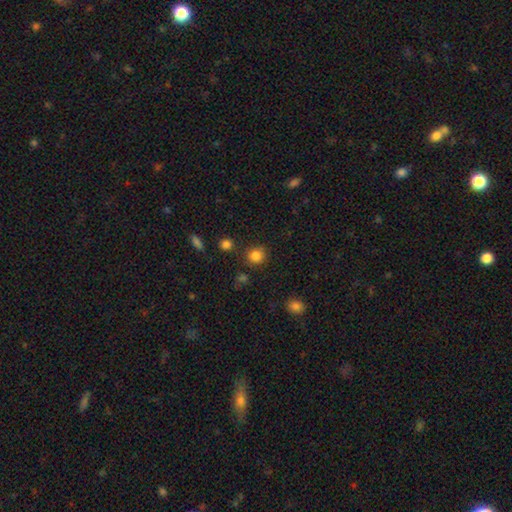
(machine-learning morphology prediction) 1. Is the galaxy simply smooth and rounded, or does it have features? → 84% smooth, 12% star or artifact, 4% featured or disk.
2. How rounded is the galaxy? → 87% round, 12% in between, 1% cigar-shaped.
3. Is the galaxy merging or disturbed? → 82% none, 10% minor disturbance, 5% merger, 3% major disturbance.